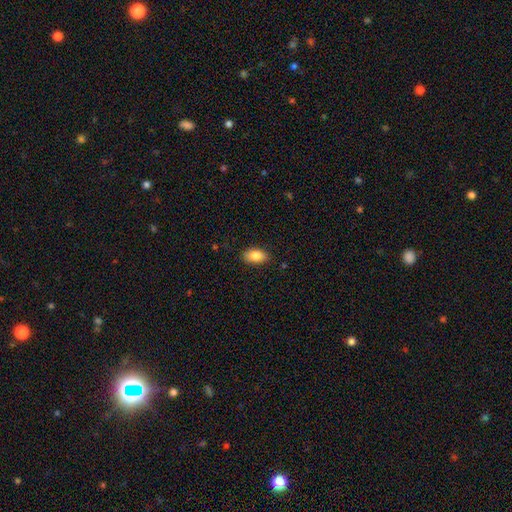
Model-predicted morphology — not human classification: Smooth or featured? smooth (84%)
How rounded? in between (92%)
Merging? none (87%)